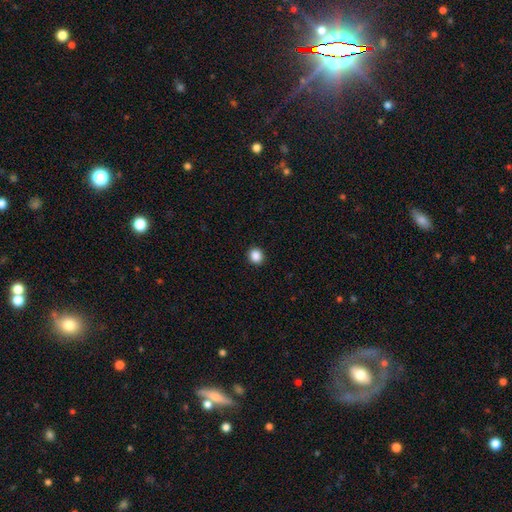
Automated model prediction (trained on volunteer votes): The model was most divided on "how rounded": round: 88%, in between: 11%, cigar-shaped: 1%. More confident: merging — none (93%); smooth or featured — smooth (87%).